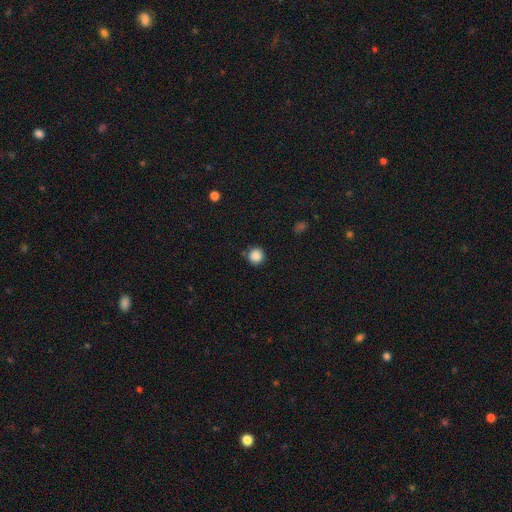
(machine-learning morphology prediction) smooth-or-featured: smooth: 87% | star or artifact: 10% | featured or disk: 3%
  how-rounded: round: 95% | in between: 4% | cigar-shaped: 1%
  merging: none: 84% | minor disturbance: 9% | merger: 4% | major disturbance: 3%